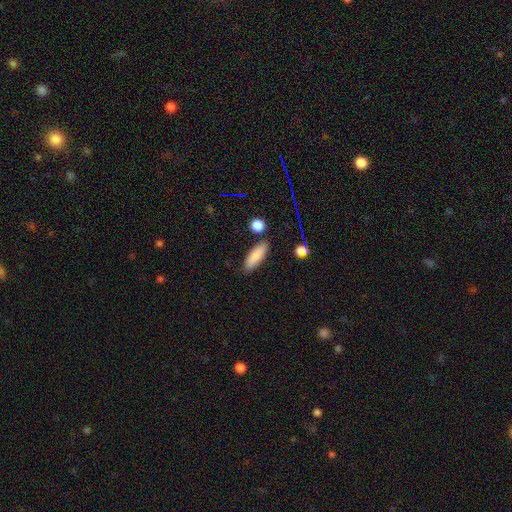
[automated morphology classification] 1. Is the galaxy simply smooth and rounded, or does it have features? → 84% smooth, 9% featured or disk, 7% star or artifact.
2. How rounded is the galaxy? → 58% in between, 40% cigar-shaped, 2% round.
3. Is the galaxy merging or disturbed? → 83% none, 11% minor disturbance, 4% merger, 2% major disturbance.